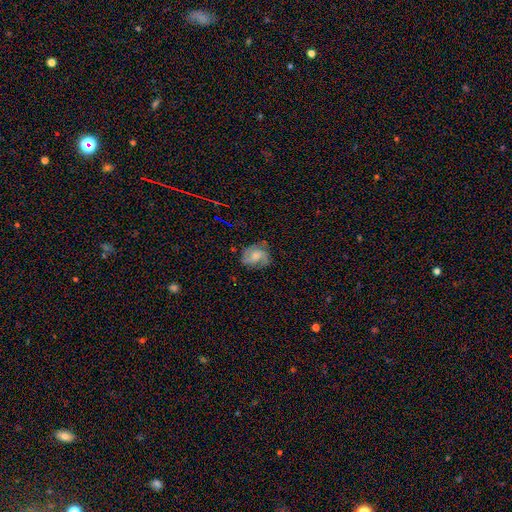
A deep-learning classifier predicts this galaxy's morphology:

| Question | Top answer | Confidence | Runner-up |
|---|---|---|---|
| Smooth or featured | featured or disk | 54% | smooth (37%) |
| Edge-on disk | no | 97% | yes (3%) |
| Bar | no | 65% | weak (30%) |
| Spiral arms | yes | 86% | no (14%) |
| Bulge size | moderate | 46% | small (33%) |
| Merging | none | 62% | minor disturbance (25%) |